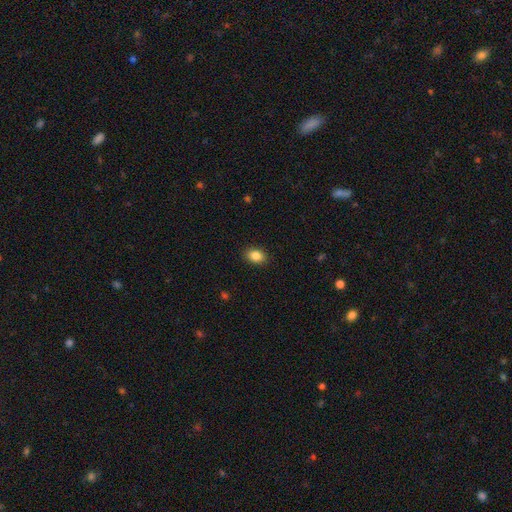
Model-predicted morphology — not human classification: Overall: smooth (86%). How rounded: in between (78%). Merging: none (89%).